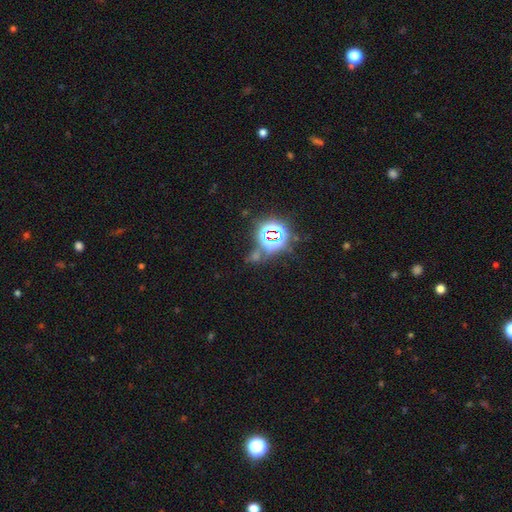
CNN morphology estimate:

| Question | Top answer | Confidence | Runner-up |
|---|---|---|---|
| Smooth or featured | star or artifact | 77% | smooth (15%) |